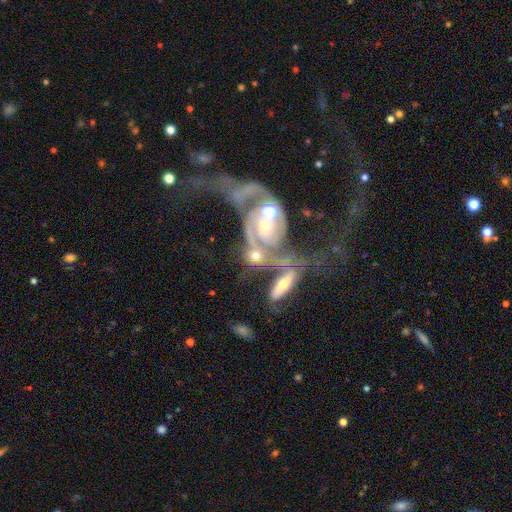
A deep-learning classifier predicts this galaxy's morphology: The model was most divided on "bulge size": moderate: 47%, small: 38%, large: 9%, none: 4%, dominant: 3%. More confident: edge-on disk — no (89%); spiral arms — yes (85%); bar — no (66%); smooth or featured — featured or disk (66%); merging — merger (57%).